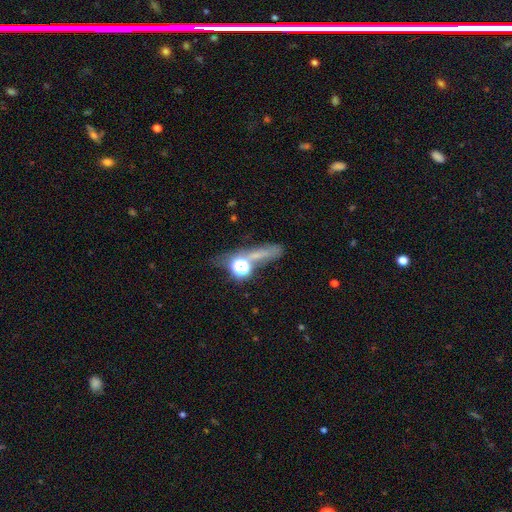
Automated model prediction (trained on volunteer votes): Q: Smooth or featured?
A: star or artifact (40%); runner-up: smooth (39%)